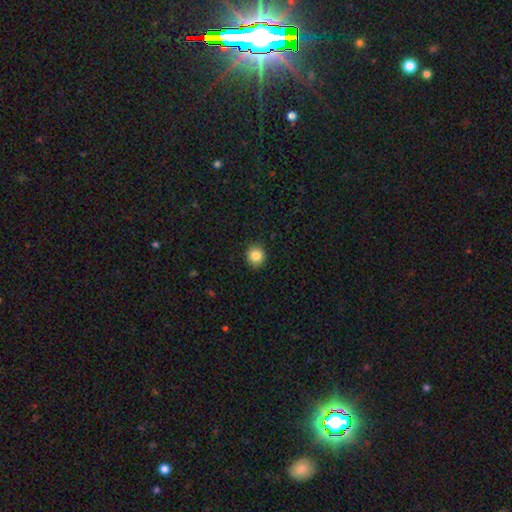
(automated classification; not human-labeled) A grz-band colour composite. It shows a smooth galaxy with no disk features (85%) that is round (87%). Merging: none (91%).